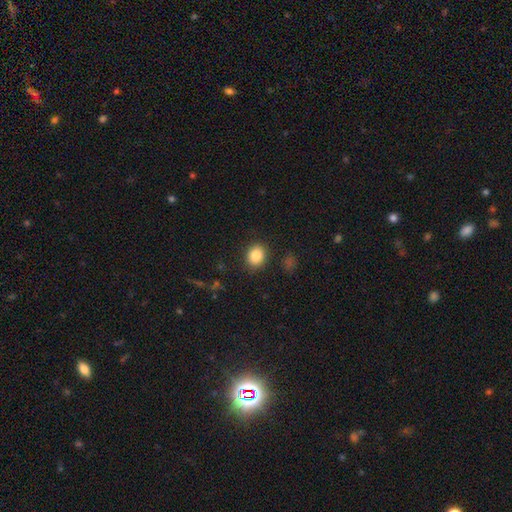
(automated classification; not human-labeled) A smooth galaxy with no disk features (85%) that is round (61%). Merging: none (87%).